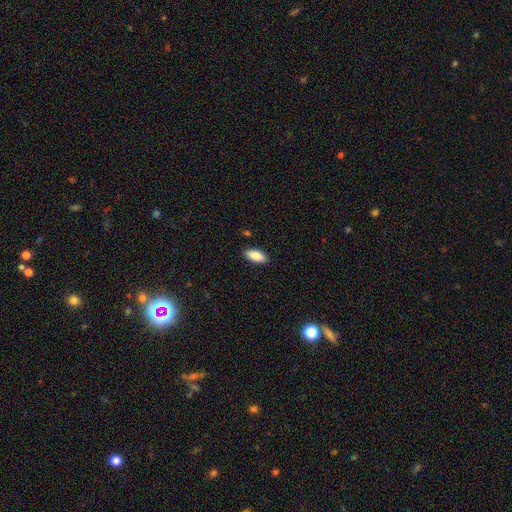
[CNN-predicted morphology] A smooth galaxy with no disk features (86%) that is in between round and cigar-shaped (87%). Merging: none (89%).